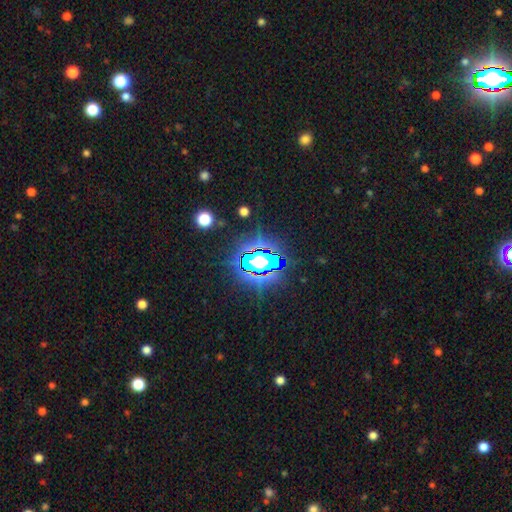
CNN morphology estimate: smooth_or_featured: star or artifact (p=0.83) [alt: smooth p=0.10]